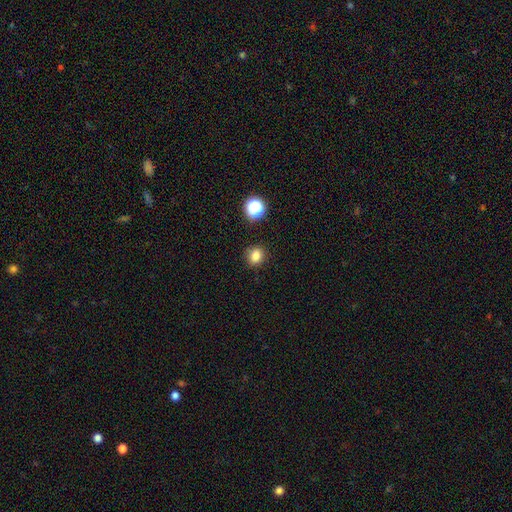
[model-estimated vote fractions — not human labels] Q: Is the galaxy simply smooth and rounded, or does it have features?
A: smooth — 81%.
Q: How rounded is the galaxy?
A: round — 66%.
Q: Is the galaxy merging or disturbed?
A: none — 86%.